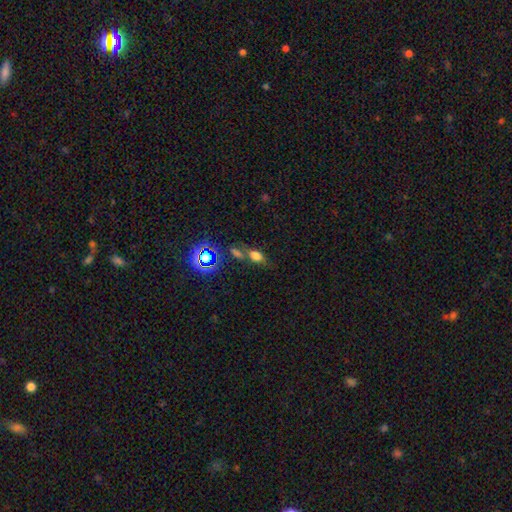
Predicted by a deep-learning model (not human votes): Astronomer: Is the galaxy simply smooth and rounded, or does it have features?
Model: smooth — 63%.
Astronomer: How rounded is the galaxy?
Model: in between — 73%.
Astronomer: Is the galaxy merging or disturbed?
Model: none — 47% (runner-up: merger, 31%).